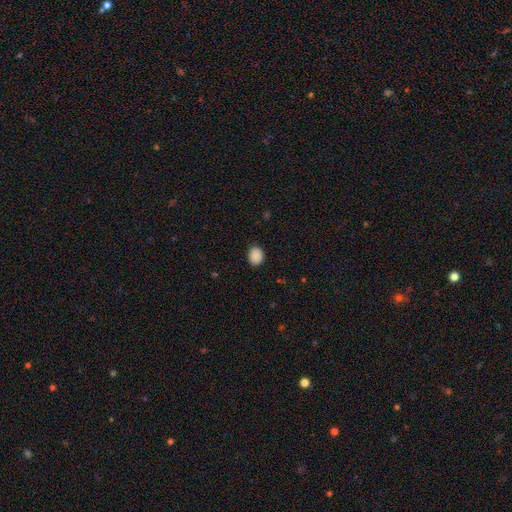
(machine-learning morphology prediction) Smooth or featured? Predicted: smooth (p=0.89). How rounded? Predicted: round (p=0.53). Merging? Predicted: none (p=0.87).